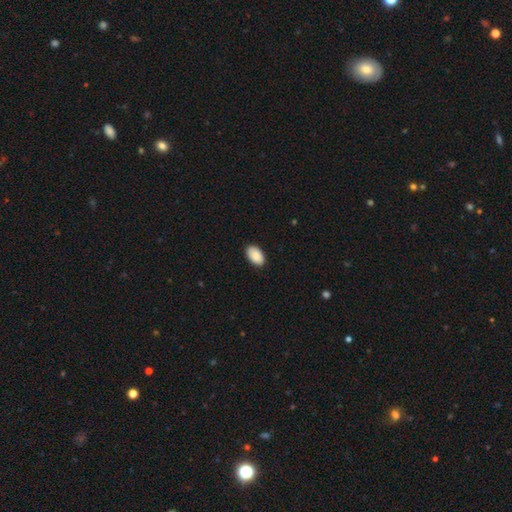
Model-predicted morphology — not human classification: This appears to be a smooth galaxy with no disk features (89%) that is in between round and cigar-shaped (95%). Merging: none (89%).